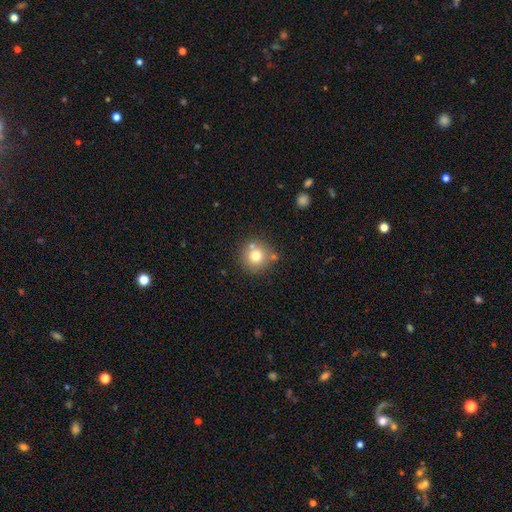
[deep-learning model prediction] Smooth or featured: smooth — 75% (featured or disk — 13%)
How rounded: round — 93% (in between — 6%)
Merging: none — 74% (merger — 13%)